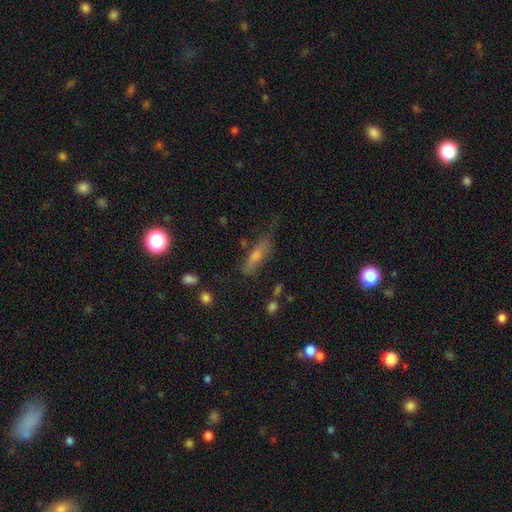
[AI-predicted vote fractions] smooth 54%, featured or disk 31%, star or artifact 15%. Down the decision tree: how rounded — cigar-shaped (62%); merging — none (65%).